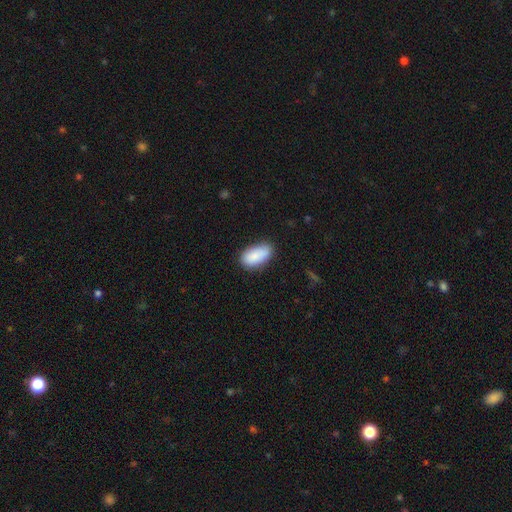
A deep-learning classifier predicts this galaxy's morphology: Smooth or featured? Predicted: smooth (p=0.87). How rounded? Predicted: in between (p=0.93). Merging? Predicted: none (p=0.75).